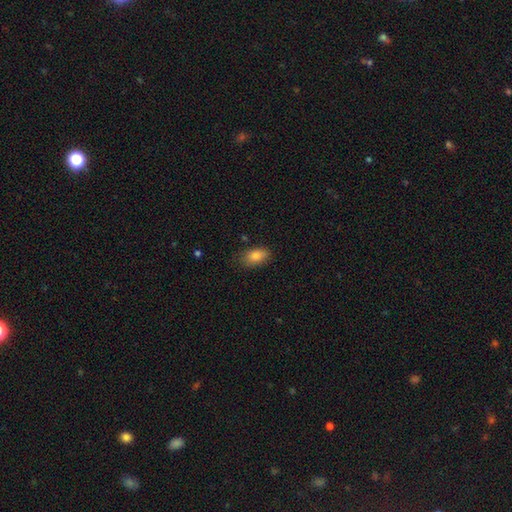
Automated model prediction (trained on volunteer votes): smooth-or-featured: smooth: 83% | star or artifact: 8% | featured or disk: 8%
  how-rounded: in between: 91% | round: 6% | cigar-shaped: 3%
  merging: none: 78% | minor disturbance: 17% | major disturbance: 4% | merger: 1%